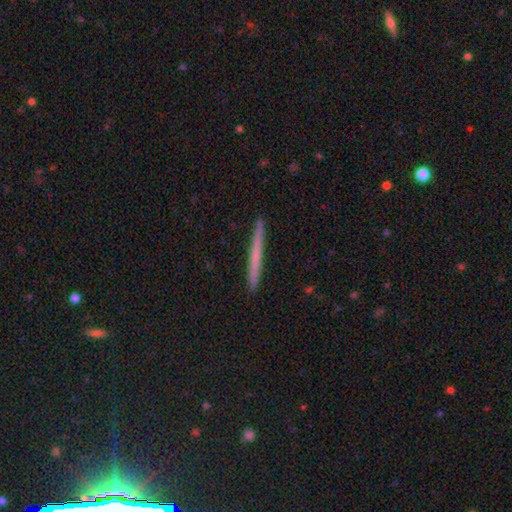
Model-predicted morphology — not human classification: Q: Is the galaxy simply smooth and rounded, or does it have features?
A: smooth — 56%.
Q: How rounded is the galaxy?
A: cigar-shaped — 97%.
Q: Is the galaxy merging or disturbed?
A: none — 93%.